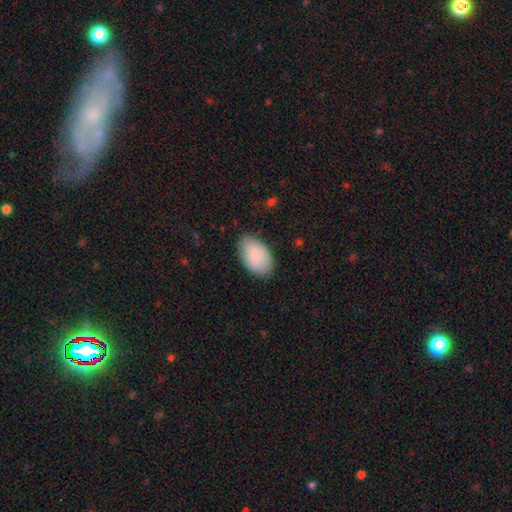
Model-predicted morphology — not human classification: A smooth galaxy with no disk features (87%) that is in between round and cigar-shaped (94%).

Vote fractions:
- Smooth or featured? smooth: 87% / featured or disk: 7% / star or artifact: 6%
- How rounded? in between: 94% / round: 5% / cigar-shaped: 1%
- Merging? none: 80% / minor disturbance: 16% / major disturbance: 3% / merger: 1%